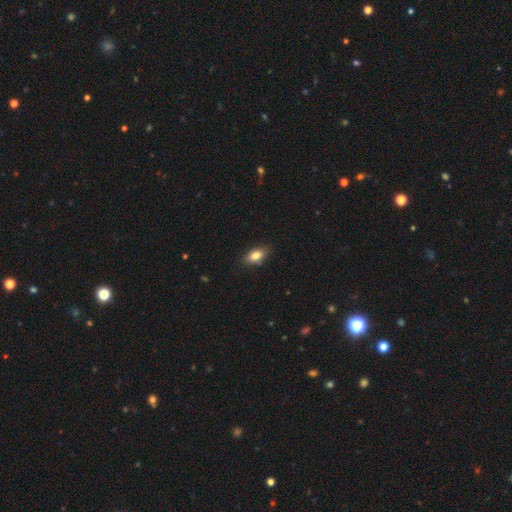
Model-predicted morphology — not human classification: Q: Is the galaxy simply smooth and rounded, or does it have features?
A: smooth — 81%.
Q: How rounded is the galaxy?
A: in between — 87%.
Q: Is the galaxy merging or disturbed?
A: none — 84%.